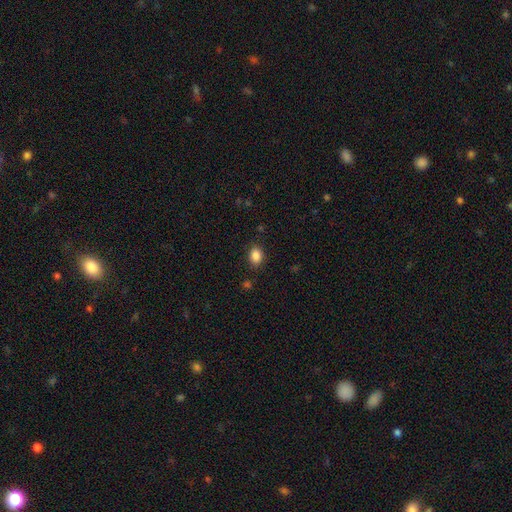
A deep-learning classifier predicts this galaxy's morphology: This appears to be a smooth galaxy with no disk features (87%) that is in between round and cigar-shaped (70%). Merging: none (86%).